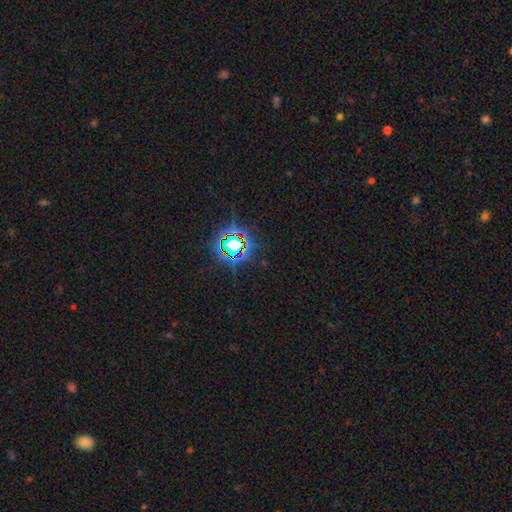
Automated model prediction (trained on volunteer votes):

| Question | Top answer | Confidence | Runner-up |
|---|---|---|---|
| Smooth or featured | star or artifact | 79% | smooth (13%) |